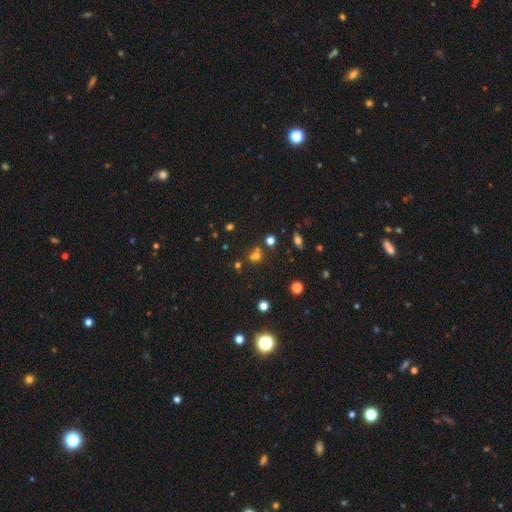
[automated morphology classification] smooth 53%, star or artifact 33%, featured or disk 14%. Down the decision tree: how rounded — round (75%); merging — none (51%).